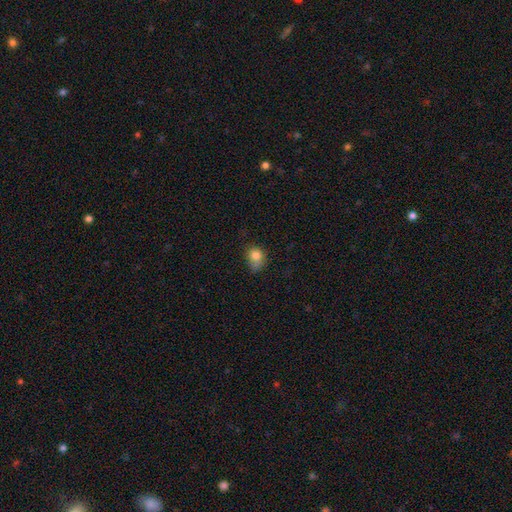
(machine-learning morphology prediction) Smooth or featured? smooth (81%)
How rounded? round (53%)
Merging? none (42%)